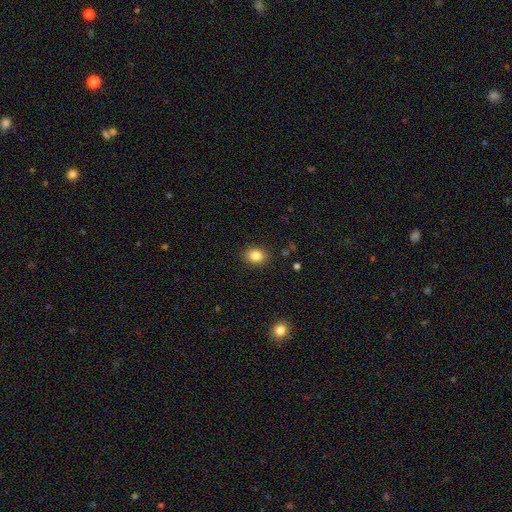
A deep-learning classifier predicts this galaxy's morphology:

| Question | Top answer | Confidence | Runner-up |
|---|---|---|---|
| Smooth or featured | smooth | 85% | star or artifact (10%) |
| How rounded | round | 51% | in between (48%) |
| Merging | none | 88% | minor disturbance (8%) |